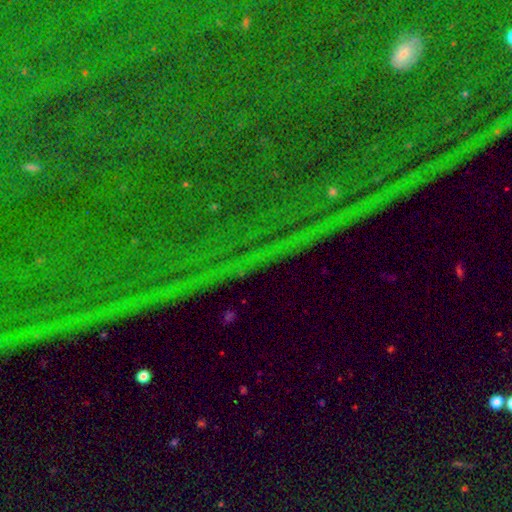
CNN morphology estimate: A star or artifact, not a galaxy (85%).